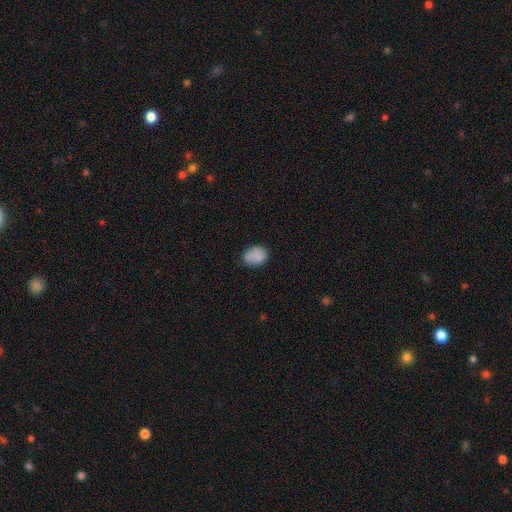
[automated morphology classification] smooth_or_featured: smooth (p=0.86) [alt: star or artifact p=0.09]
how_rounded: in between (p=0.69) [alt: round p=0.30]
merging: none (p=0.74) [alt: minor disturbance p=0.21]